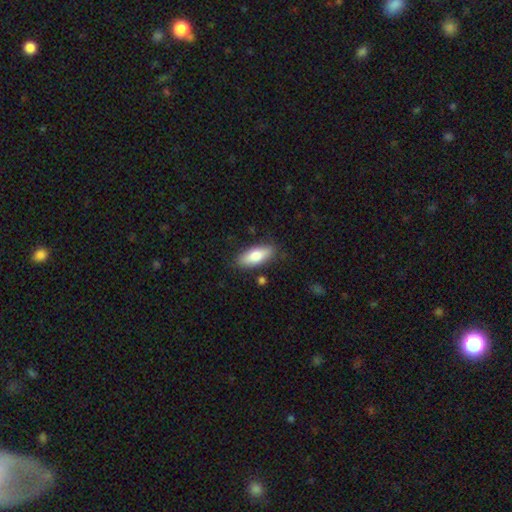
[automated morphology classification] Smooth or featured? Predicted: smooth (p=0.76). How rounded? Predicted: in between (p=0.75). Merging? Predicted: none (p=0.84).